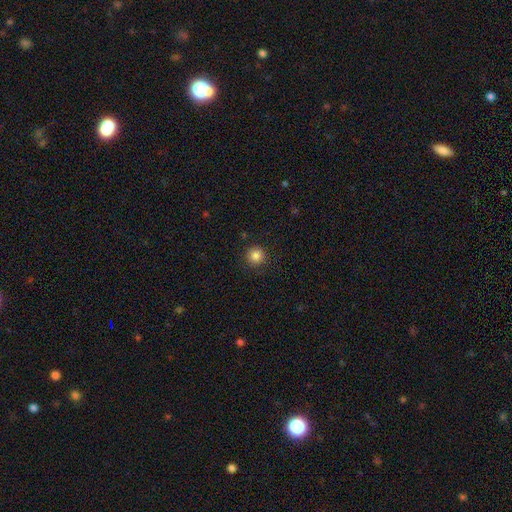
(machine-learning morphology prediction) Smooth or featured: smooth — 85% (star or artifact — 11%)
How rounded: round — 95% (in between — 4%)
Merging: none — 91% (minor disturbance — 6%)